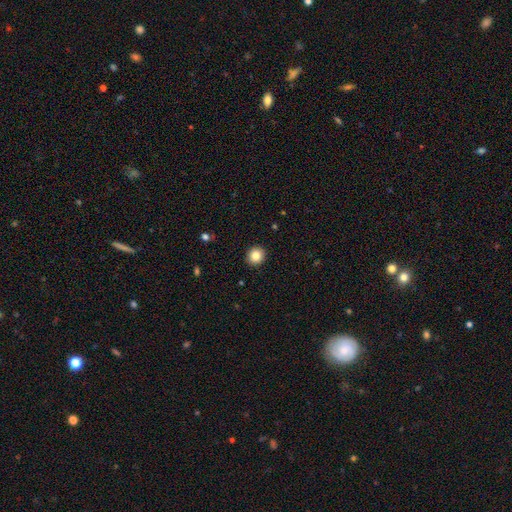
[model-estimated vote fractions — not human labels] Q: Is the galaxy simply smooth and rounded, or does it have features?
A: smooth — 84%.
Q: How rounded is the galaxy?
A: round — 89%.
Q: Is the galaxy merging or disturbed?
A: none — 93%.